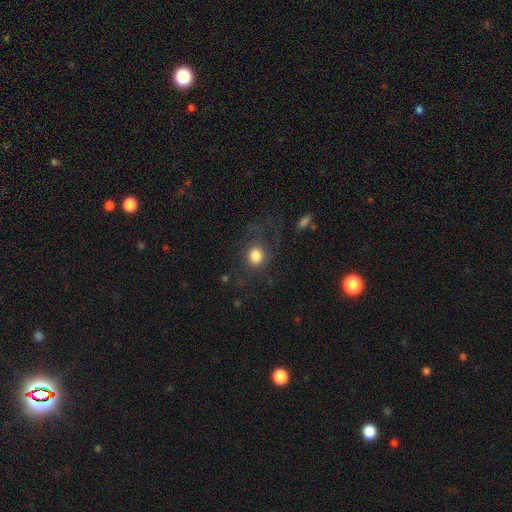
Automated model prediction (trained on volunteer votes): Smooth or featured: smooth — 77% (featured or disk — 14%)
How rounded: round — 69% (in between — 29%)
Merging: none — 59% (major disturbance — 22%)